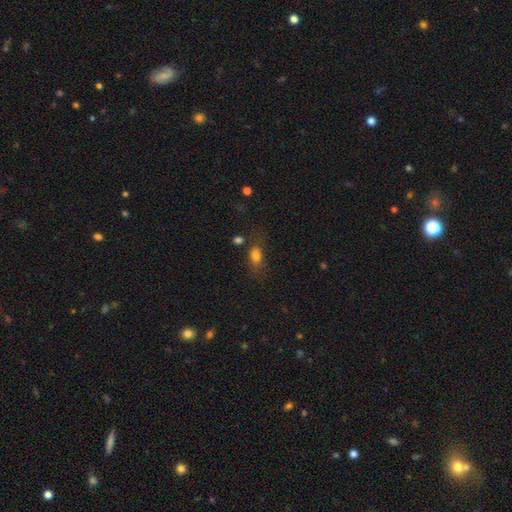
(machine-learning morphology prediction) smooth 78%, star or artifact 13%, featured or disk 10%. Down the decision tree: how rounded — in between (76%); merging — none (63%).